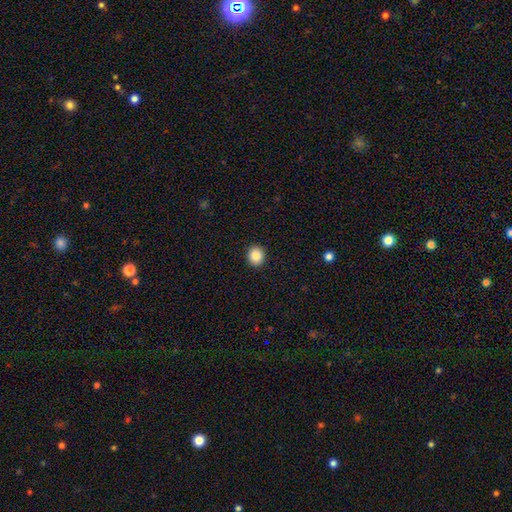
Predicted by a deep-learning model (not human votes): A smooth galaxy with no disk features (85%) that is round (76%). Merging: none (92%).